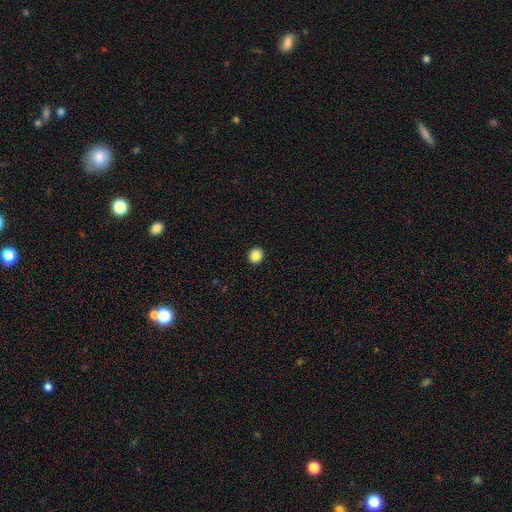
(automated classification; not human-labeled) smooth-or-featured: smooth: 87% | star or artifact: 10% | featured or disk: 4%
  how-rounded: round: 87% | in between: 12% | cigar-shaped: 1%
  merging: none: 93% | minor disturbance: 4% | major disturbance: 1% | merger: 1%